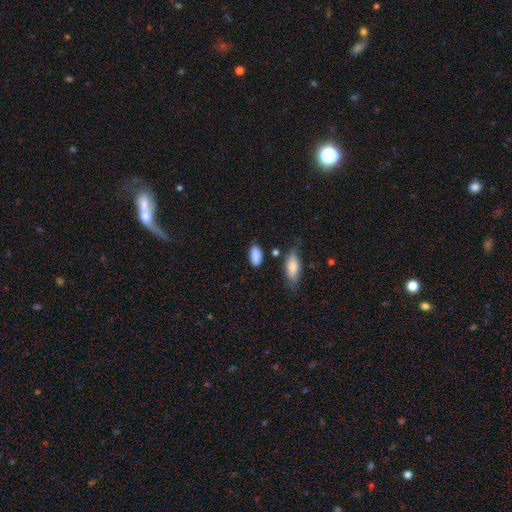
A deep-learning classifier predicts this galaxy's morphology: type=smooth (88%); roundness=in between (91%); merging=none (74%).